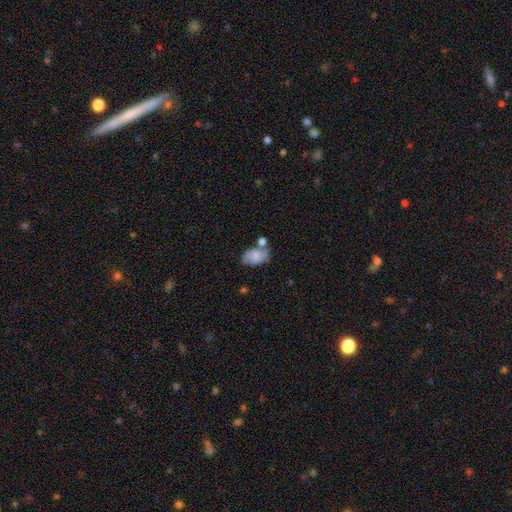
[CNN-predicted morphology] type=smooth (61%); roundness=in between (87%); merging=none (43%).